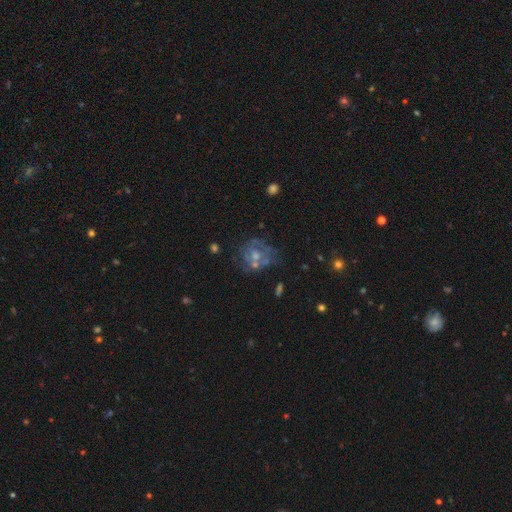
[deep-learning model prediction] The model was most divided on "spiral arms": yes: 51%, no: 49%. Remaining: edge-on disk — no (97%); bar — no (75%); smooth or featured — featured or disk (56%); merging — none (53%); bulge size — moderate (46%).